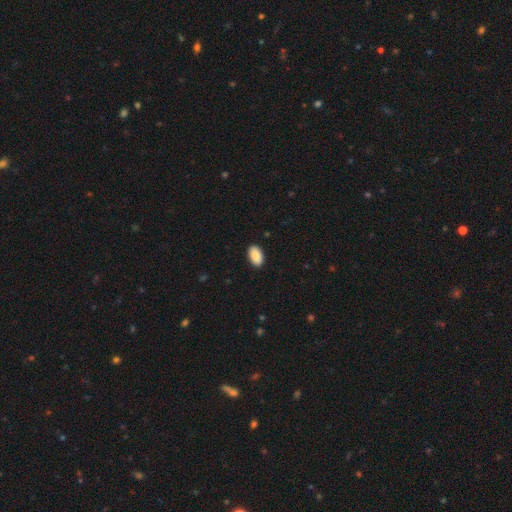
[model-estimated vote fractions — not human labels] smooth_or_featured: smooth (p=0.86) [alt: featured or disk p=0.07]
how_rounded: in between (p=0.94) [alt: round p=0.04]
merging: none (p=0.90) [alt: minor disturbance p=0.07]